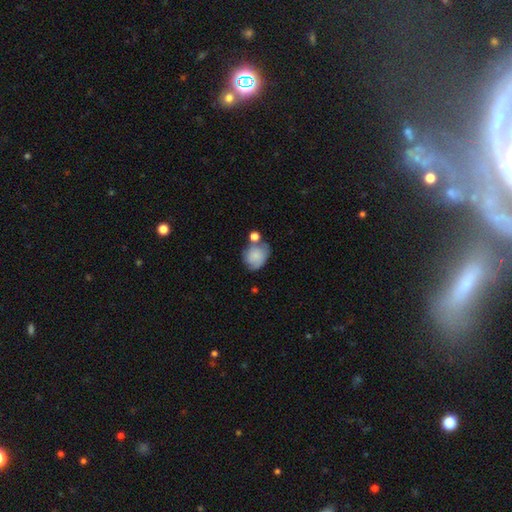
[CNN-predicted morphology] A smooth galaxy with no disk features (74%) that is round (56%).

Vote fractions:
- Smooth or featured? smooth: 74% / featured or disk: 18% / star or artifact: 8%
- How rounded? round: 56% / in between: 42% / cigar-shaped: 1%
- Merging? none: 41% / minor disturbance: 25% / merger: 24% / major disturbance: 10%